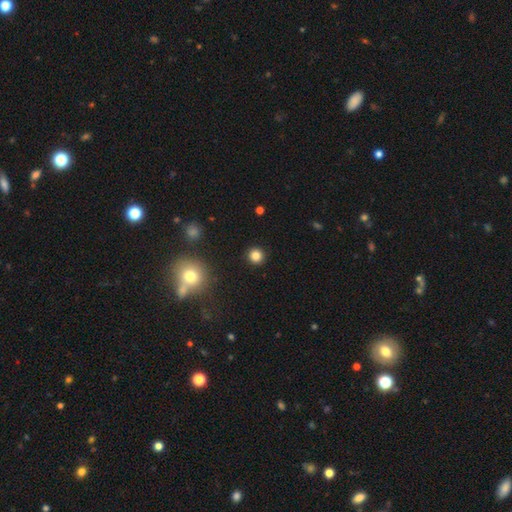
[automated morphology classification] Smooth or featured? Predicted: smooth (p=0.83). How rounded? Predicted: round (p=0.93). Merging? Predicted: none (p=0.92).